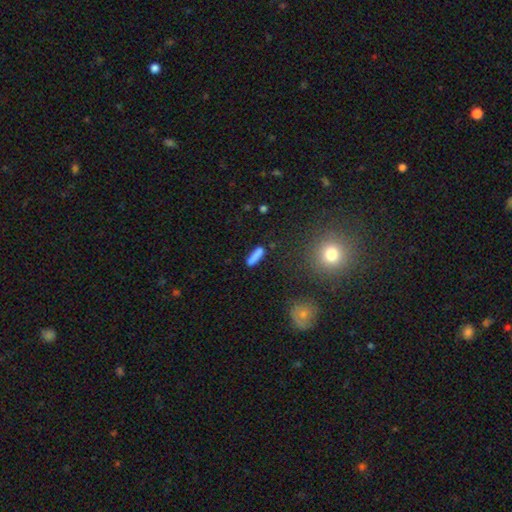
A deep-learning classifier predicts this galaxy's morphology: A smooth galaxy with no disk features (80%) that is cigar-shaped (72%). Merging: none (72%).